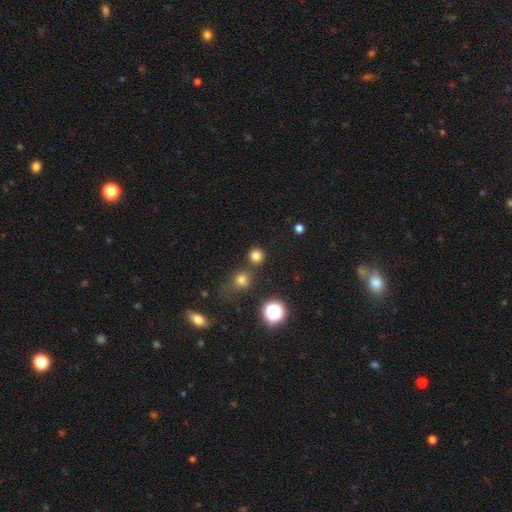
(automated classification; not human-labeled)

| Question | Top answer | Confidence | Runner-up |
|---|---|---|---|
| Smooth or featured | smooth | 77% | star or artifact (18%) |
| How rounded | round | 93% | in between (6%) |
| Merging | none | 79% | merger (11%) |